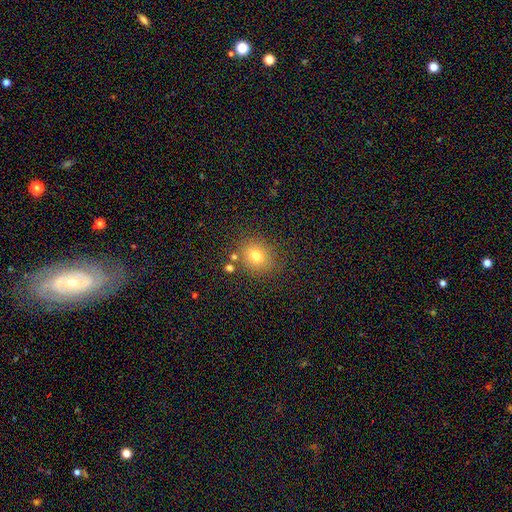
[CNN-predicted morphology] This is likely a smooth galaxy (75%). How rounded: likely round (71%). Merging: likely none (78%).